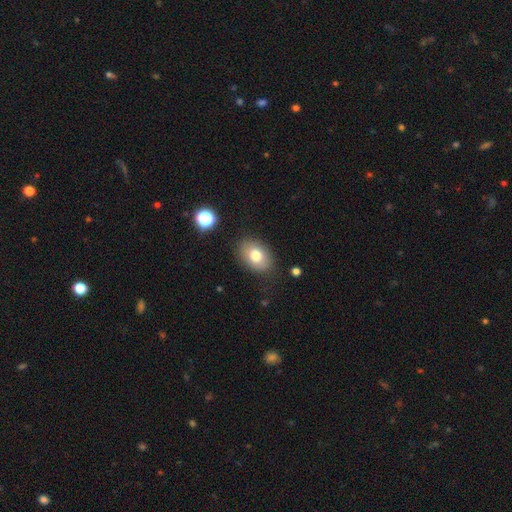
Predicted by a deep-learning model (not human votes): This is likely a smooth galaxy (77%). How rounded: likely in between (76%). Merging: clearly none (83%).